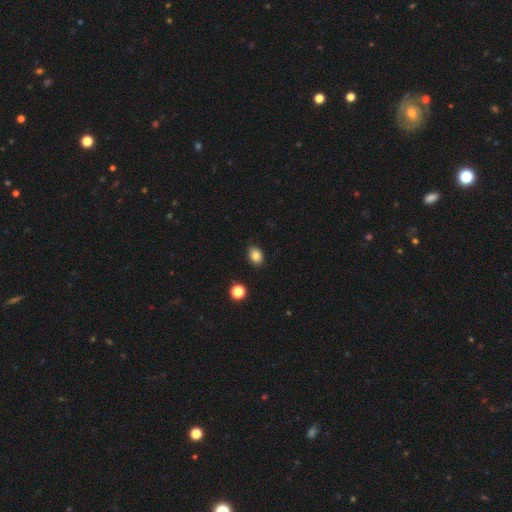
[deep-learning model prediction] smooth 82%, star or artifact 11%, featured or disk 7%. Down the decision tree: how rounded — in between (71%); merging — none (84%).